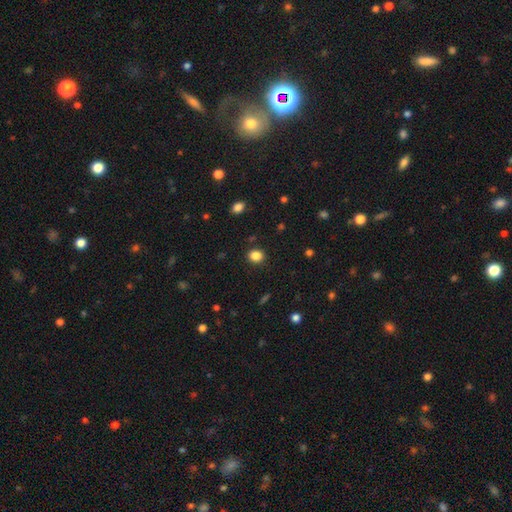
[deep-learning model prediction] smooth-or-featured: smooth: 85% | star or artifact: 11% | featured or disk: 4%
  how-rounded: round: 67% | in between: 32% | cigar-shaped: 1%
  merging: none: 88% | minor disturbance: 8% | major disturbance: 3% | merger: 1%